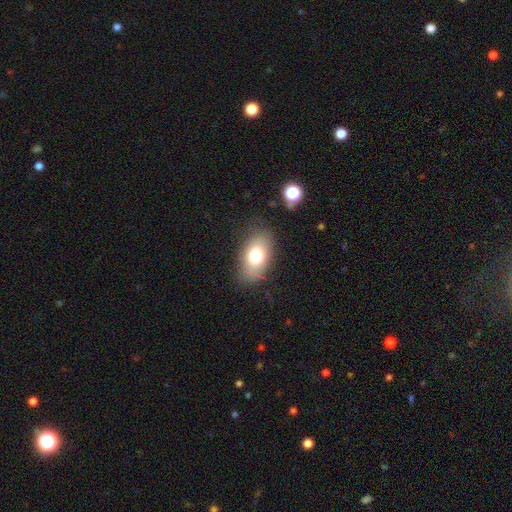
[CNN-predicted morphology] Smooth or featured? smooth (73%)
How rounded? in between (88%)
Merging? none (80%)